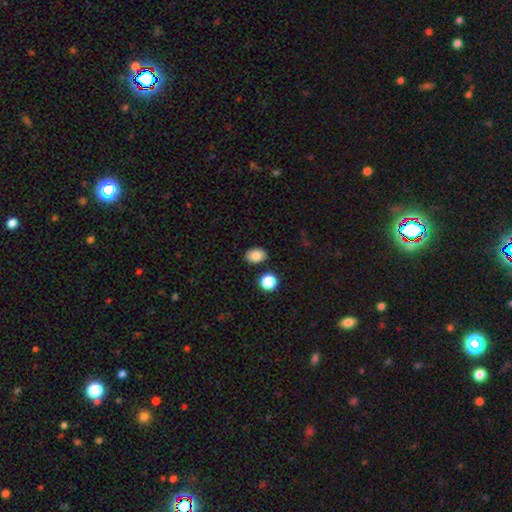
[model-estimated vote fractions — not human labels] The model was most divided on "how rounded": in between: 75%, round: 24%, cigar-shaped: 1%. More confident: merging — none (85%); smooth or featured — smooth (84%).